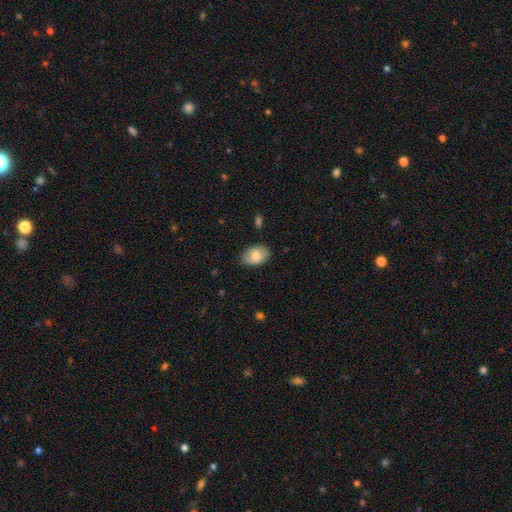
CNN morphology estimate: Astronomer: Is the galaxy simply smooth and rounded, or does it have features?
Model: smooth — 78%.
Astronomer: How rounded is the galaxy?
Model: in between — 88%.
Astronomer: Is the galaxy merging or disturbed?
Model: none — 80%.